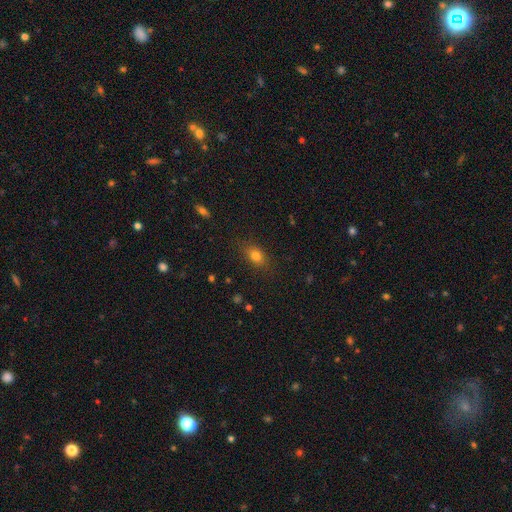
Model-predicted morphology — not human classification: type=smooth (78%); roundness=in between (67%); merging=none (81%).